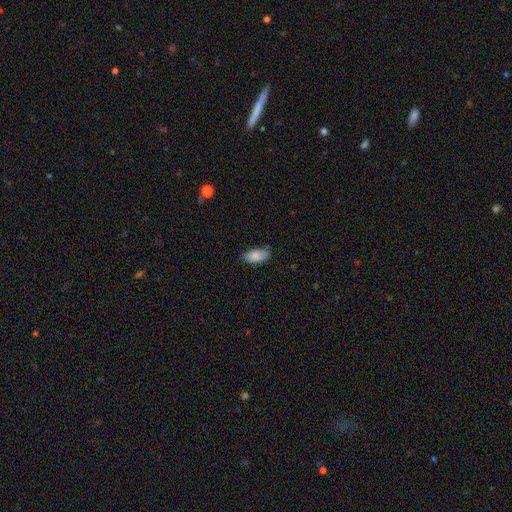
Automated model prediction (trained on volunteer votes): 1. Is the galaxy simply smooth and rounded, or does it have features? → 86% smooth, 7% star or artifact, 7% featured or disk.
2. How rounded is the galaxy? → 92% in between, 5% cigar-shaped, 3% round.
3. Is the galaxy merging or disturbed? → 76% none, 19% minor disturbance, 3% major disturbance, 2% merger.